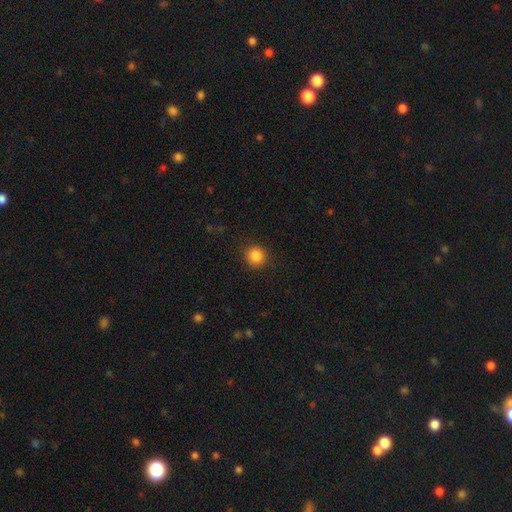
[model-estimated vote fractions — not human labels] Smooth or featured?
  - smooth: 86% *
  - star or artifact: 10%
  - featured or disk: 4%
How rounded?
  - round: 92% *
  - in between: 7%
  - cigar-shaped: 1%
Merging?
  - none: 90% *
  - minor disturbance: 6%
  - major disturbance: 2%
  - merger: 1%